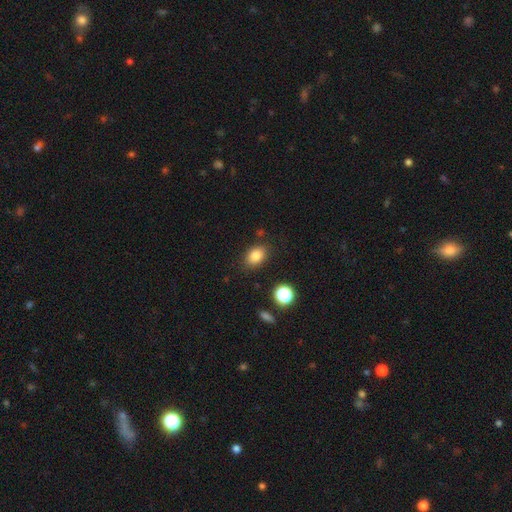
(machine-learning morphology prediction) This is clearly a smooth galaxy (83%). How rounded: likely in between (77%). Merging: clearly none (82%).